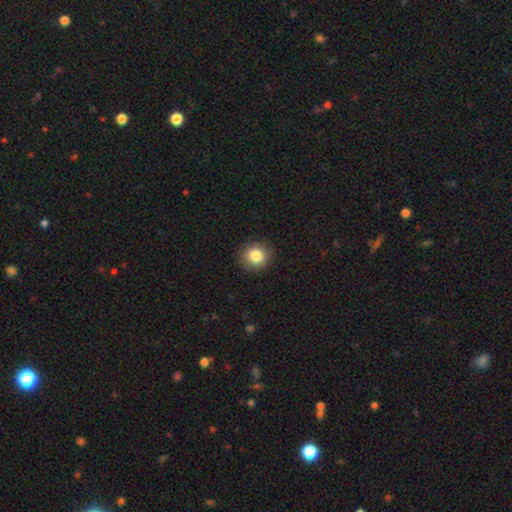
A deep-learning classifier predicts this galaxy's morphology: smooth_or_featured: smooth (p=0.85) [alt: star or artifact p=0.10]
how_rounded: round (p=0.88) [alt: in between p=0.11]
merging: none (p=0.91) [alt: minor disturbance p=0.06]